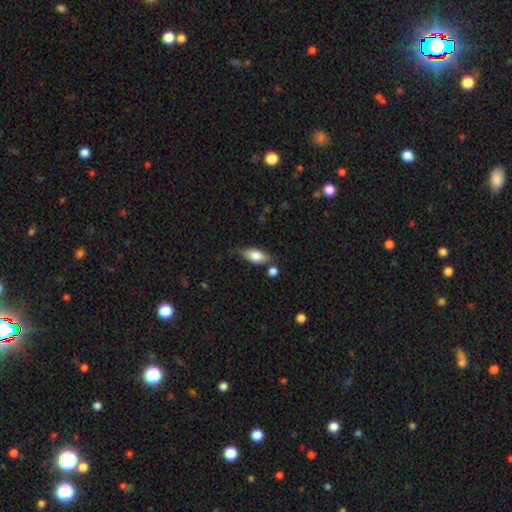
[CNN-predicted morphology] Smooth or featured?
  - smooth: 79% *
  - featured or disk: 14%
  - star or artifact: 7%
How rounded?
  - in between: 86% *
  - cigar-shaped: 10%
  - round: 4%
Merging?
  - none: 67% *
  - minor disturbance: 19%
  - merger: 10%
  - major disturbance: 4%